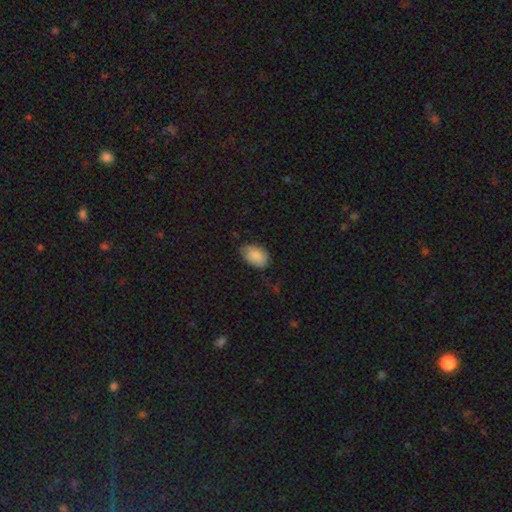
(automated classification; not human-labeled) Morphology: type=smooth (86%); roundness=in between (89%); merging=none (67%).